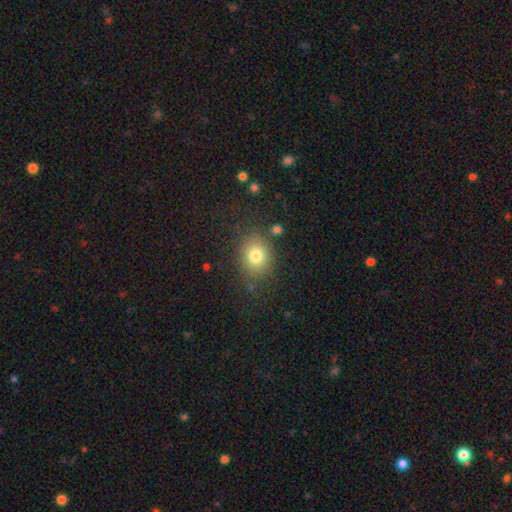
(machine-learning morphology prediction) A smooth galaxy with no disk features (78%) that is round (62%).

Vote fractions:
- Smooth or featured? smooth: 78% / star or artifact: 12% / featured or disk: 10%
- How rounded? round: 62% / in between: 37% / cigar-shaped: 1%
- Merging? none: 80% / minor disturbance: 12% / major disturbance: 5% / merger: 3%